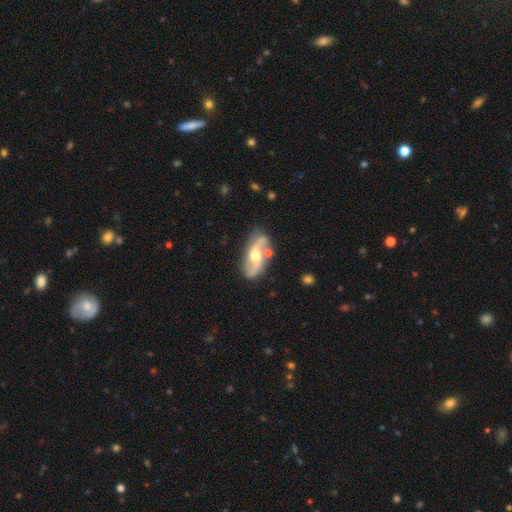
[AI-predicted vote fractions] featured or disk 84%, smooth 11%, star or artifact 5%. Down the decision tree: edge-on disk — no (95%); bar — no (43%); spiral arms — yes (94%); spiral arm count — 2 (93%); spiral winding — loose (55%); bulge size — moderate (65%); merging — none (76%).